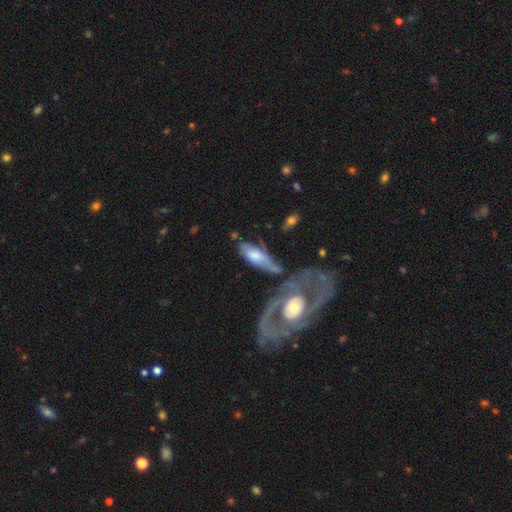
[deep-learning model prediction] A featured or disk galaxy (50%). Merging: merger (29%).